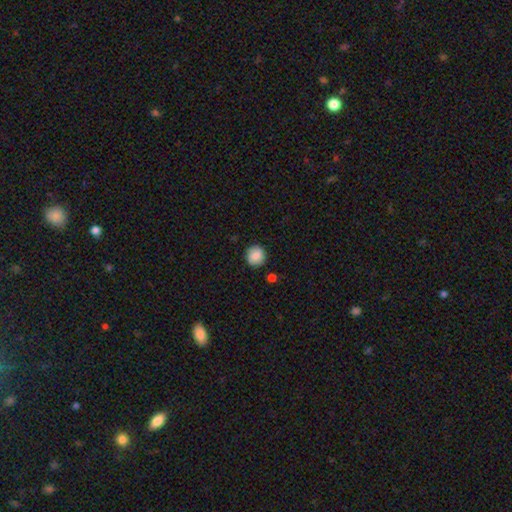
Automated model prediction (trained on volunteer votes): smooth 86%, star or artifact 8%, featured or disk 6%. Down the decision tree: how rounded — round (91%); merging — none (87%).